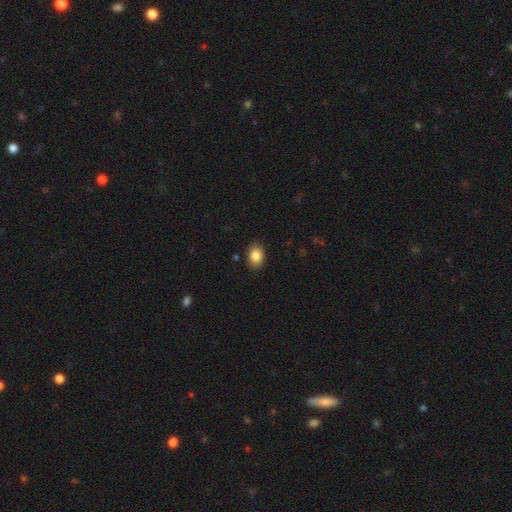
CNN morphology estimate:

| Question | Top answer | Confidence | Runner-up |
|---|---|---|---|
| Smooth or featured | smooth | 86% | star or artifact (8%) |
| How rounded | in between | 74% | round (25%) |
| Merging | none | 88% | minor disturbance (9%) |